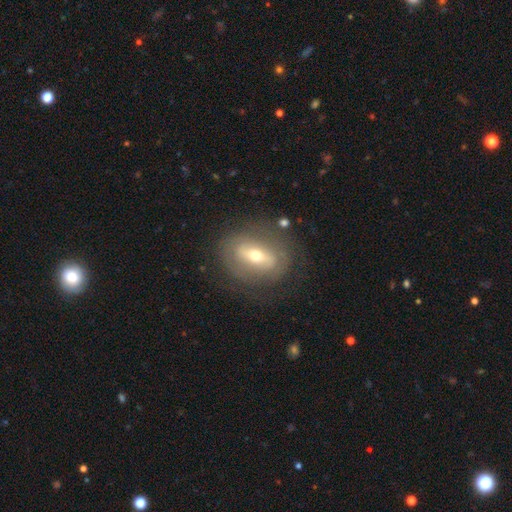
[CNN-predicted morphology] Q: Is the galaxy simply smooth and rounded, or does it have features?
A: featured or disk — 64%.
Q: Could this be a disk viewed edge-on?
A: no — 86%.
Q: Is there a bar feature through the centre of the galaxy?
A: strong — 45%.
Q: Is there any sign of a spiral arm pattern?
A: no — 56%.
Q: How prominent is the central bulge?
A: moderate — 55%.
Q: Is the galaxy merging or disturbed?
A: none — 73%.